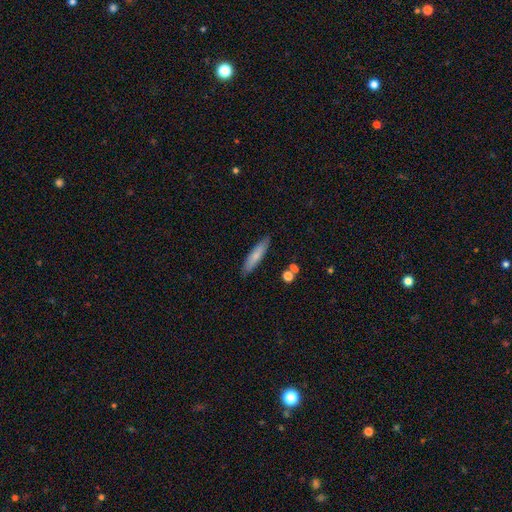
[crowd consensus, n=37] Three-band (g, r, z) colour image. It shows a smooth galaxy with no disk features (78%) that is cigar-shaped (76%). Merging: none (92%).